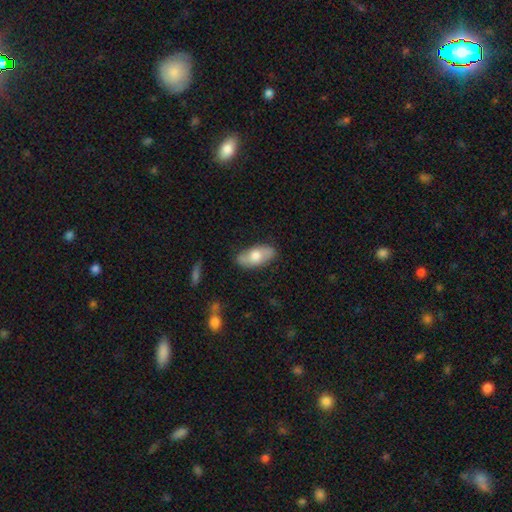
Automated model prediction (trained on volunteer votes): This is likely a smooth galaxy (66%). How rounded: clearly in between (90%). Merging: clearly none (81%).